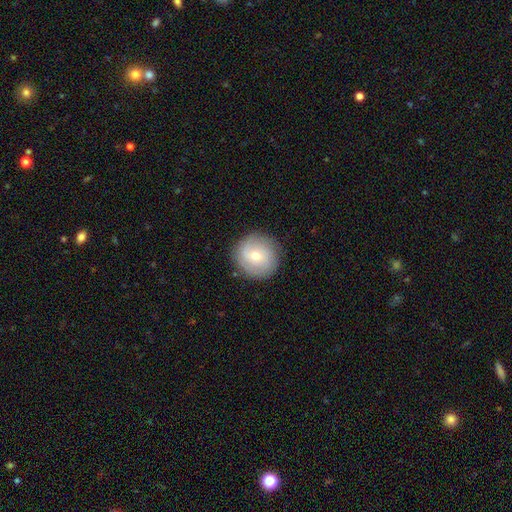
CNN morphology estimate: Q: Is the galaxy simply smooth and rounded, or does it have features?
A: smooth — 55%.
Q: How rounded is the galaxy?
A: round — 93%.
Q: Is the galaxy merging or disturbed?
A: none — 87%.